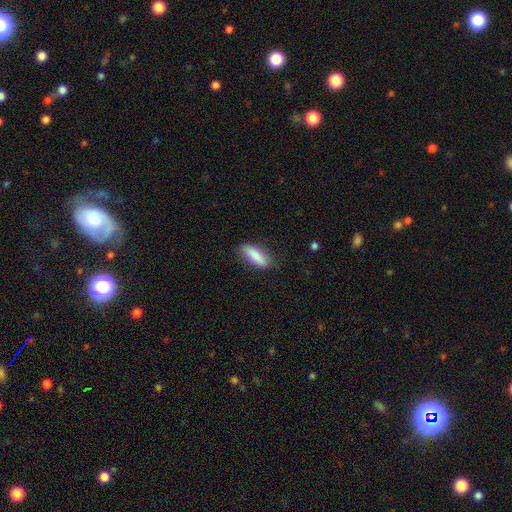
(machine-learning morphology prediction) Smooth or featured? smooth (84%)
How rounded? in between (64%)
Merging? none (80%)